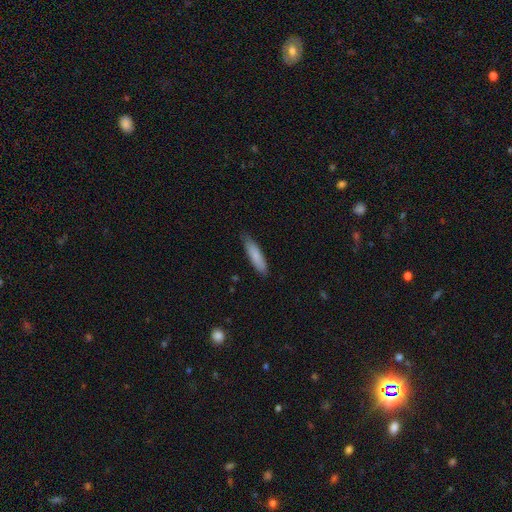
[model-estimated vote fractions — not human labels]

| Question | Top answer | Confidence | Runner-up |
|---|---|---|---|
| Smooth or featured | smooth | 82% | featured or disk (12%) |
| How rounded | cigar-shaped | 74% | in between (25%) |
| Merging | none | 81% | minor disturbance (16%) |